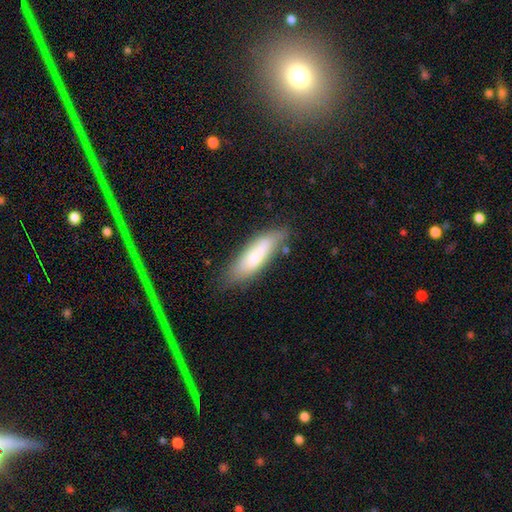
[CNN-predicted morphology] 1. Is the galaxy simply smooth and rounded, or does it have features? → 74% smooth, 19% featured or disk, 7% star or artifact.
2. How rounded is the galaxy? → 51% cigar-shaped, 47% in between, 2% round.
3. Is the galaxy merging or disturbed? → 68% none, 23% minor disturbance, 6% major disturbance, 3% merger.